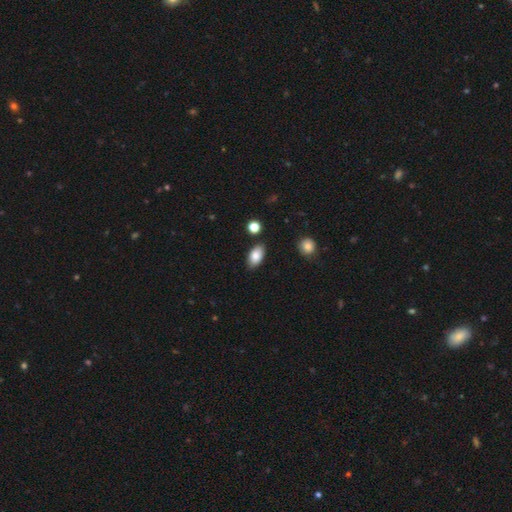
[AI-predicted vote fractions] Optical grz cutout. It shows a smooth galaxy with no disk features (85%) that is in between round and cigar-shaped (92%). Merging: none (85%).